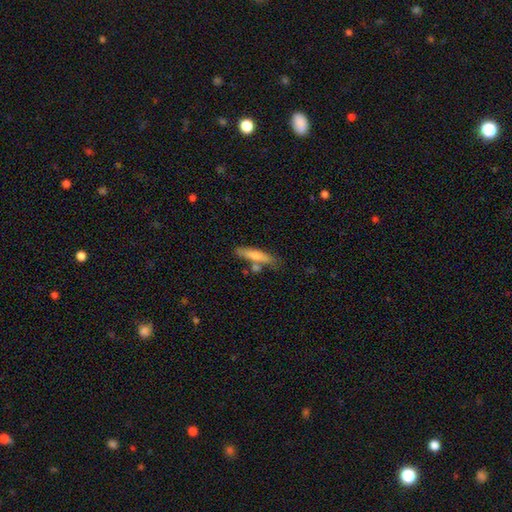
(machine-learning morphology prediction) Smooth or featured?
  - smooth: 73% *
  - featured or disk: 20%
  - star or artifact: 6%
How rounded?
  - cigar-shaped: 81% *
  - in between: 17%
  - round: 2%
Merging?
  - none: 62% *
  - minor disturbance: 17%
  - merger: 16%
  - major disturbance: 5%